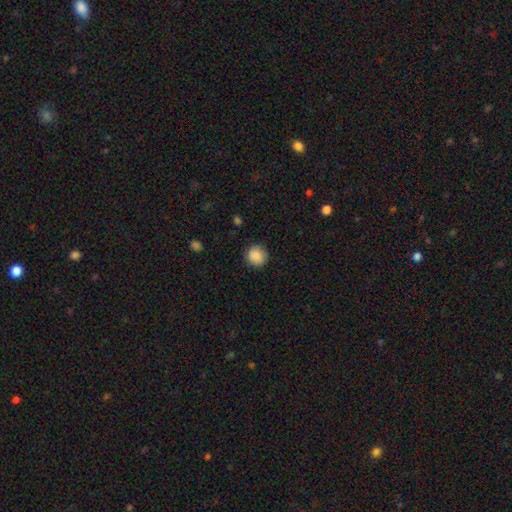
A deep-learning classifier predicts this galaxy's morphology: Smooth or featured?
  - smooth: 88% *
  - star or artifact: 9%
  - featured or disk: 3%
How rounded?
  - round: 90% *
  - in between: 9%
  - cigar-shaped: 1%
Merging?
  - none: 88% *
  - minor disturbance: 9%
  - major disturbance: 3%
  - merger: 1%